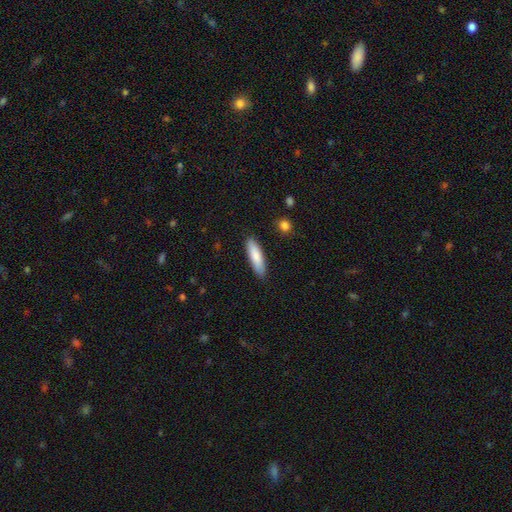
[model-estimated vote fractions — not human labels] Q: Smooth or featured?
A: smooth (83%); runner-up: featured or disk (12%)
Q: How rounded?
A: cigar-shaped (64%); runner-up: in between (34%)
Q: Merging?
A: none (88%); runner-up: minor disturbance (9%)